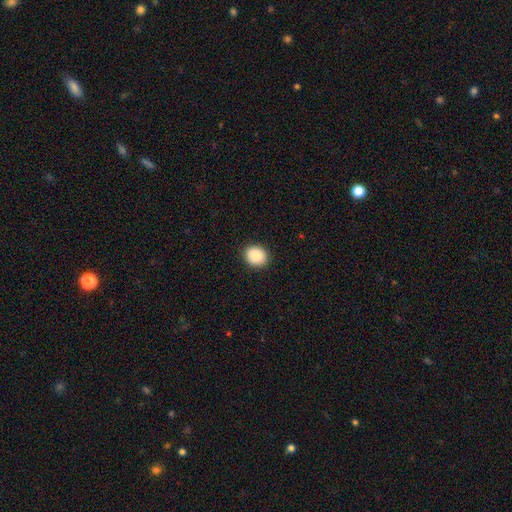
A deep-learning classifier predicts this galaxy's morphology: Overall: smooth (88%). How rounded: round (72%). Merging: none (90%).